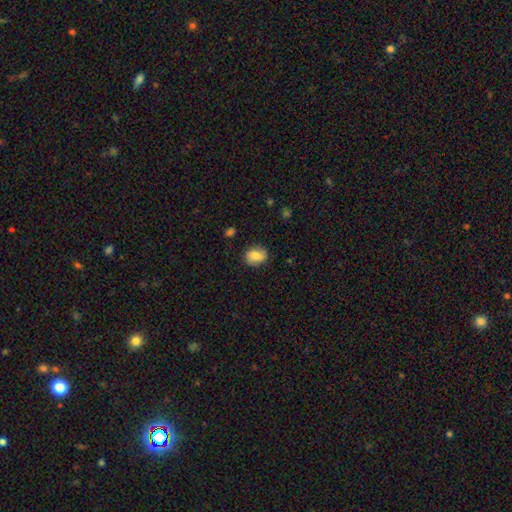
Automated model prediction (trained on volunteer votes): Overall: smooth (66%). How rounded: in between (52%; round 46%). Merging: none (80%).